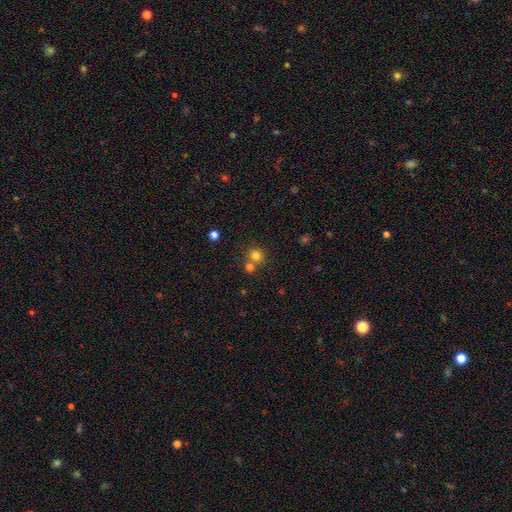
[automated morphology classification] Smooth or featured? smooth (79%)
How rounded? round (89%)
Merging? none (59%)